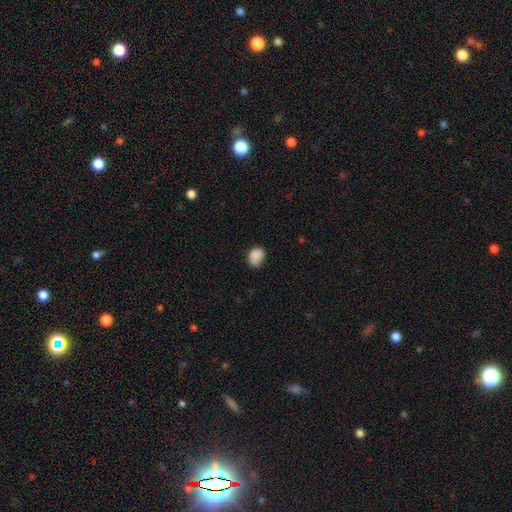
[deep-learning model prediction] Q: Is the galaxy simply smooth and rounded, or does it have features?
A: smooth — 86%.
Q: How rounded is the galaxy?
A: round — 50%.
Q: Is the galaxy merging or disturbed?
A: none — 63%.